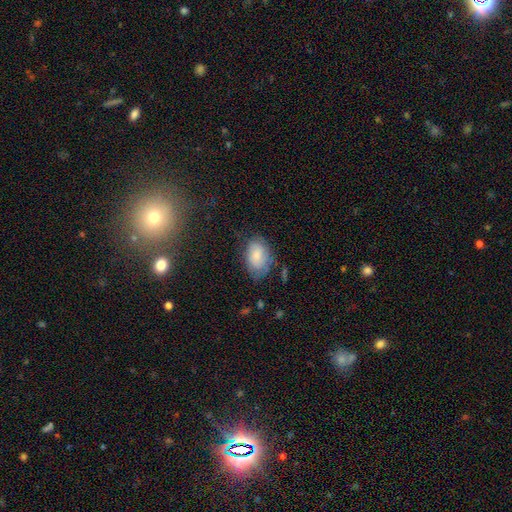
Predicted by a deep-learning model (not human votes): smooth_or_featured: smooth (p=0.75) [alt: featured or disk p=0.17]
how_rounded: in between (p=0.85) [alt: round p=0.13]
merging: none (p=0.62) [alt: minor disturbance p=0.27]